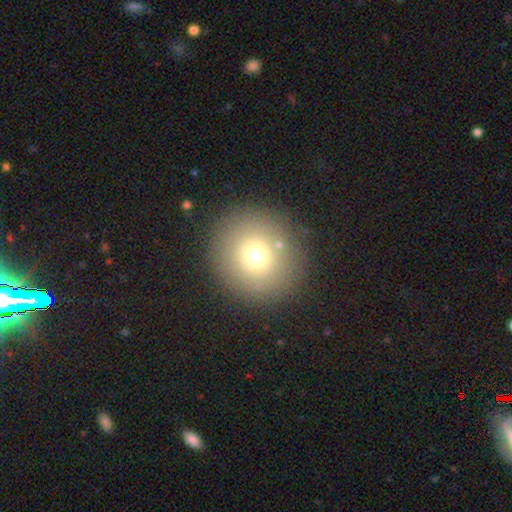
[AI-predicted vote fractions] smooth-or-featured: smooth: 71% | star or artifact: 15% | featured or disk: 14%
  how-rounded: round: 93% | in between: 6% | cigar-shaped: 1%
  merging: none: 86% | minor disturbance: 7% | major disturbance: 4% | merger: 3%